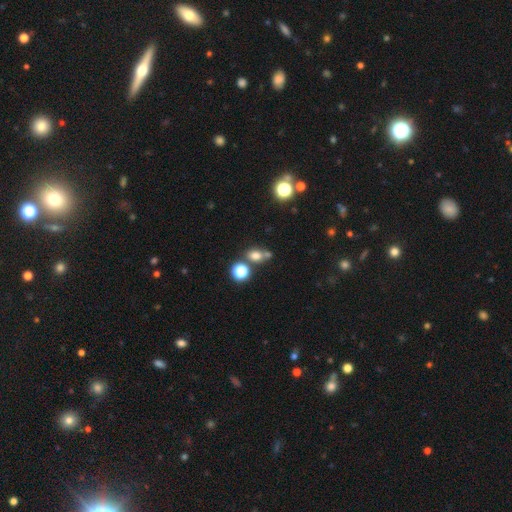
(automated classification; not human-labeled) Smooth or featured? Predicted: smooth (p=0.72). How rounded? Predicted: in between (p=0.51). Merging? Predicted: none (p=0.55).